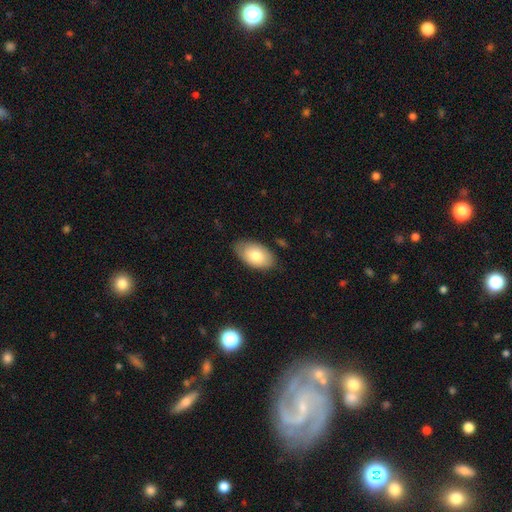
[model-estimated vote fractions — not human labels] smooth 77%, featured or disk 16%, star or artifact 6%. Down the decision tree: how rounded — in between (94%); merging — none (77%).